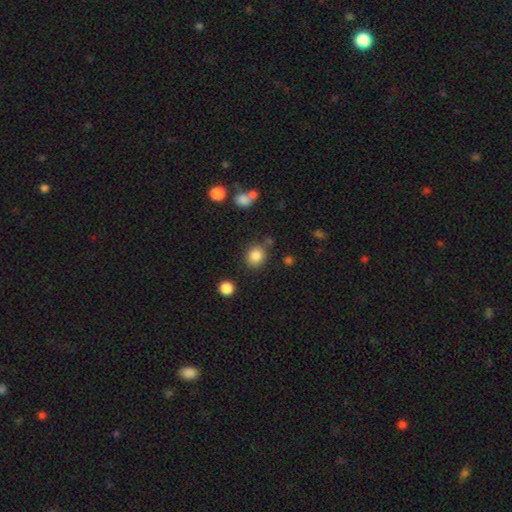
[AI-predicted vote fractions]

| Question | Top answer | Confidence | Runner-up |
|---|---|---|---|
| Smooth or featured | smooth | 85% | star or artifact (10%) |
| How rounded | round | 78% | in between (21%) |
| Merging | none | 81% | minor disturbance (10%) |